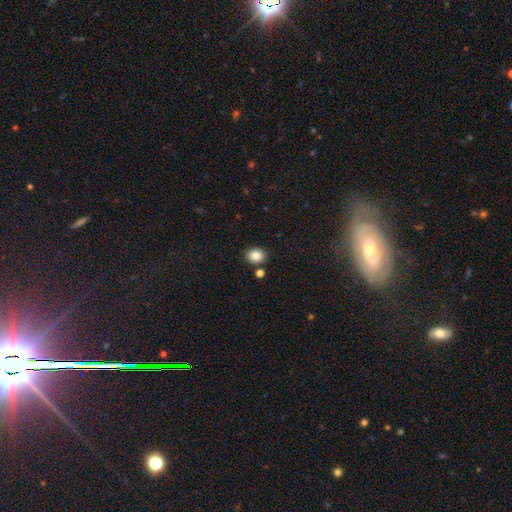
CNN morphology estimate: smooth_or_featured: smooth (p=0.85) [alt: star or artifact p=0.10]
how_rounded: round (p=0.60) [alt: in between p=0.39]
merging: none (p=0.85) [alt: minor disturbance p=0.08]